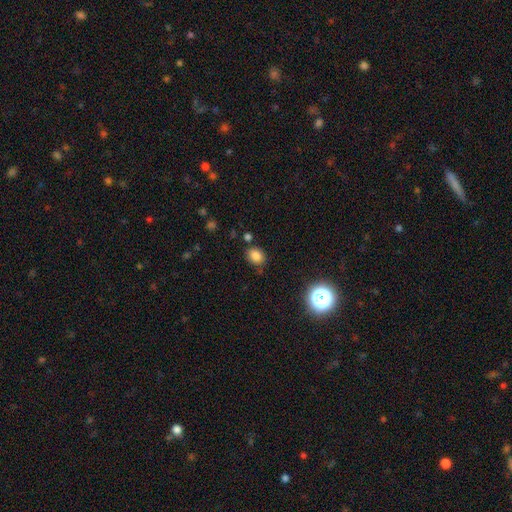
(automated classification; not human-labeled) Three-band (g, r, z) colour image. It shows a smooth galaxy with no disk features (81%) that is in between round and cigar-shaped (50%). Merging: none (79%).